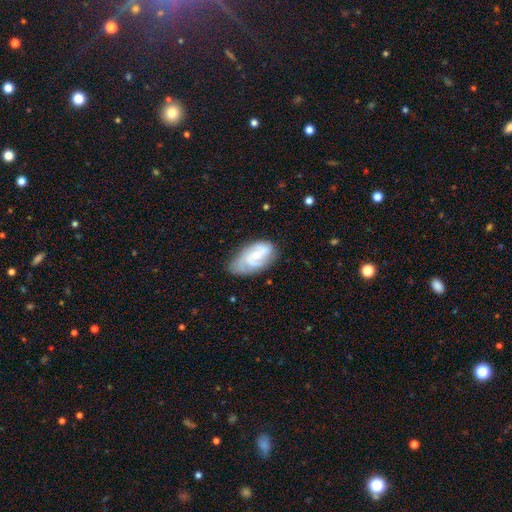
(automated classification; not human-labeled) smooth_or_featured: featured or disk (p=0.70) [alt: smooth p=0.24]
disk_edge_on: no (p=0.96) [alt: yes p=0.04]
bar: no (p=0.58) [alt: weak p=0.35]
has_spiral_arms: yes (p=0.89) [alt: no p=0.11]
spiral_winding: tight (p=0.43) [alt: medium p=0.41]
spiral_arm_count: 2 (p=0.49) [alt: can't tell p=0.23]
bulge_size: small (p=0.56) [alt: moderate p=0.39]
merging: none (p=0.59) [alt: minor disturbance p=0.27]